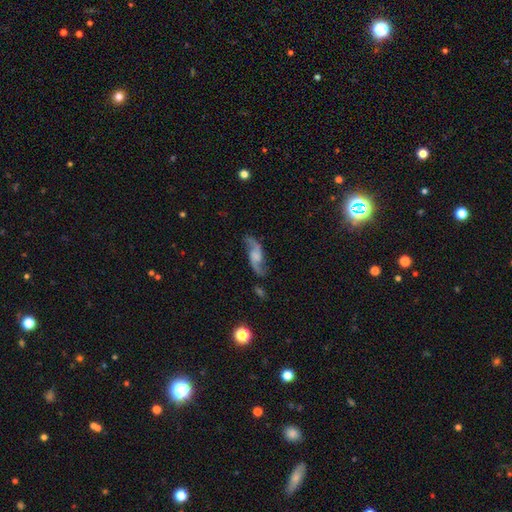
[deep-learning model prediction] This appears to be a featured or disk galaxy (83%) with no bar (52%), 2 (93%) loose (79%) spiral arms (95%) and no central bulge (39%). Merging: none (75%).